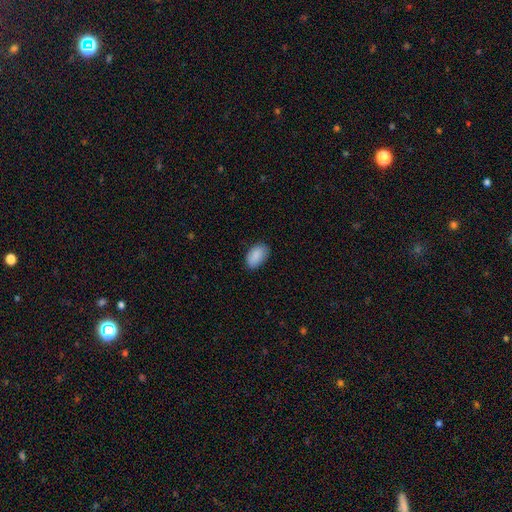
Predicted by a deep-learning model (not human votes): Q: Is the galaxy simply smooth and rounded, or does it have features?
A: smooth — 88%.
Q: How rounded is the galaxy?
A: in between — 93%.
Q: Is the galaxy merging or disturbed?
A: none — 81%.